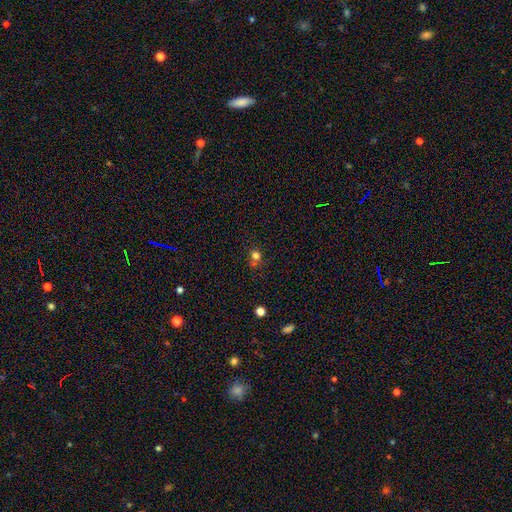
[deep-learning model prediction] Smooth or featured? Predicted: smooth (p=0.73). How rounded? Predicted: round (p=0.82). Merging? Predicted: none (p=0.58).